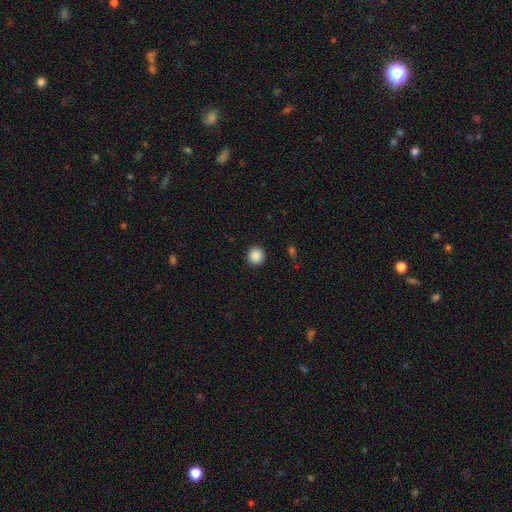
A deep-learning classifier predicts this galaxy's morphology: smooth 88%, star or artifact 9%, featured or disk 3%. Down the decision tree: how rounded — round (92%); merging — none (91%).